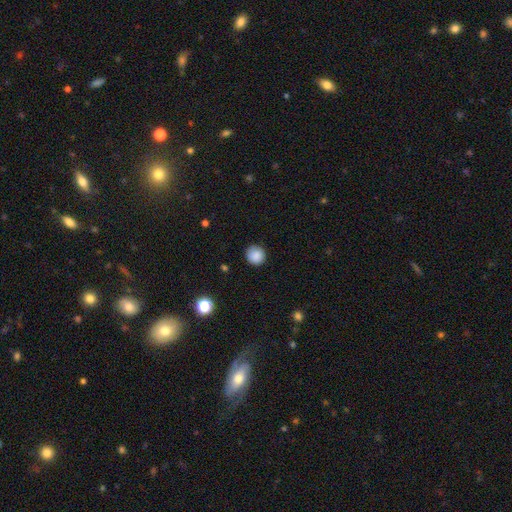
Smooth or featured? 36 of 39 (92%) said smooth. How rounded? 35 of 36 (97%) said round. Merging? 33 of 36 (92%) said none.